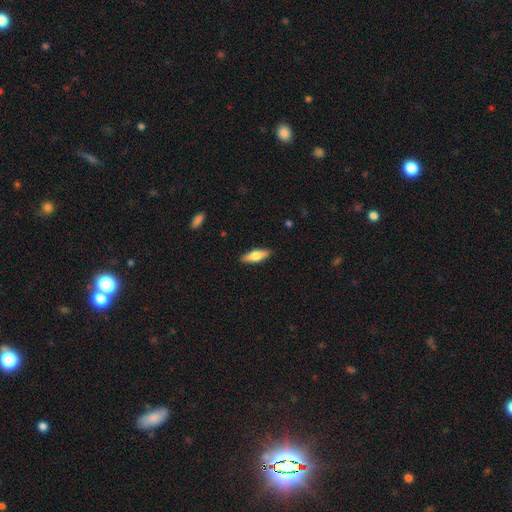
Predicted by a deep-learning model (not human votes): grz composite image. It shows a smooth galaxy with no disk features (63%) that is in between round and cigar-shaped (55%). Merging: none (89%).